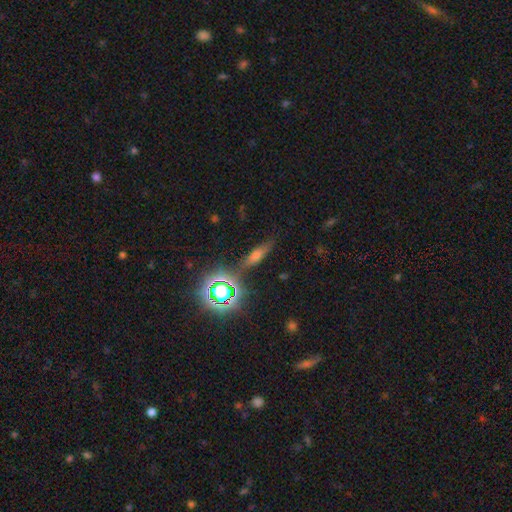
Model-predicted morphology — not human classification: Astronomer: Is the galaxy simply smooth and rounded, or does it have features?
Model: smooth — 40% (runner-up: featured or disk, 35%).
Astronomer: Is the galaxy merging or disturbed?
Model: none — 80%.